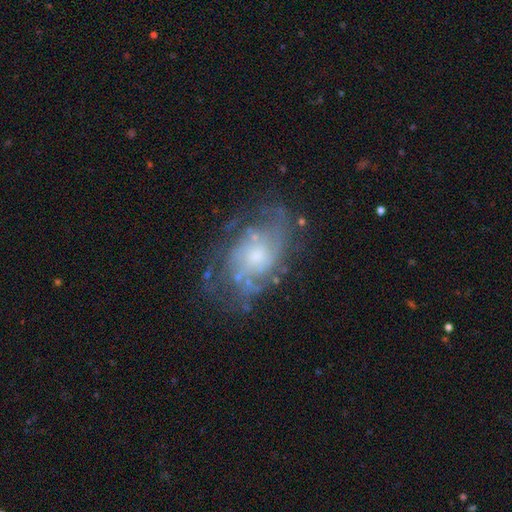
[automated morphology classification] This appears to be a featured or disk galaxy (76%) with no bar (75%), tight (45%) spiral arms (78%) and a moderate central bulge (43%). Merging: none (63%).